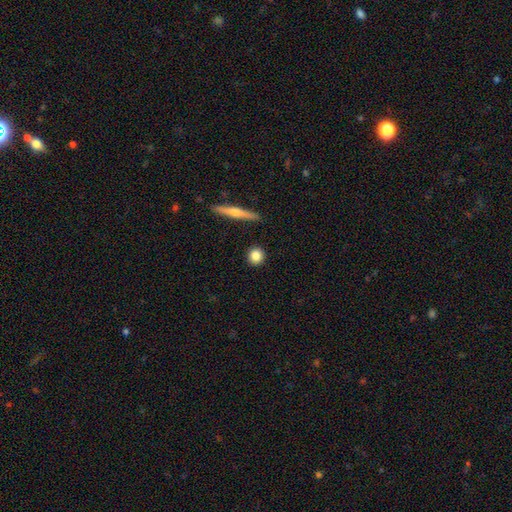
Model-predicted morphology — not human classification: Smooth or featured? smooth (81%)
How rounded? round (87%)
Merging? none (91%)